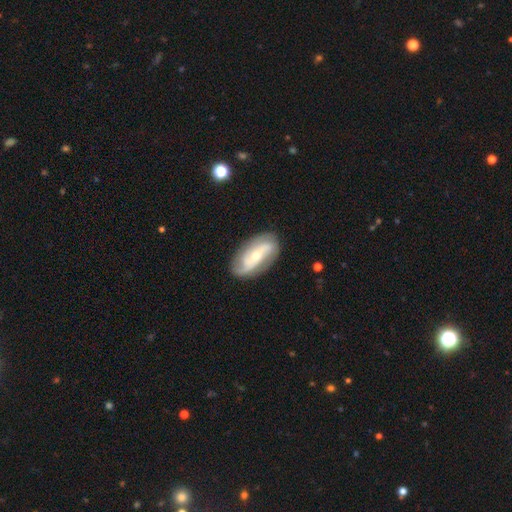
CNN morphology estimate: A featured or disk galaxy (79%) with no bar (44%), 2 (68%) medium (38%) spiral arms (92%) and a small central bulge (52%). Merging: none (79%).